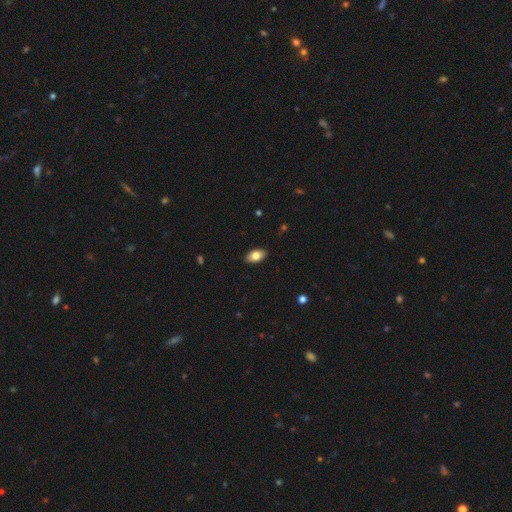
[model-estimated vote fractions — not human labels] Smooth or featured? smooth (82%)
How rounded? in between (93%)
Merging? none (89%)